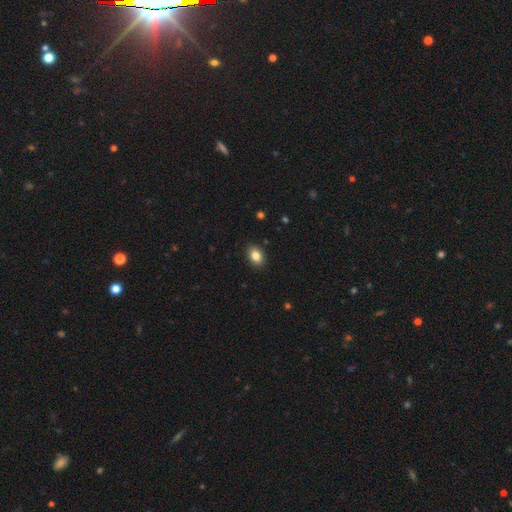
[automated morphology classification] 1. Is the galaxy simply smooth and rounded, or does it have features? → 84% smooth, 9% star or artifact, 7% featured or disk.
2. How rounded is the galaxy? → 77% in between, 22% round, 1% cigar-shaped.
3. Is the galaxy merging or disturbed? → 89% none, 8% minor disturbance, 2% major disturbance, 1% merger.